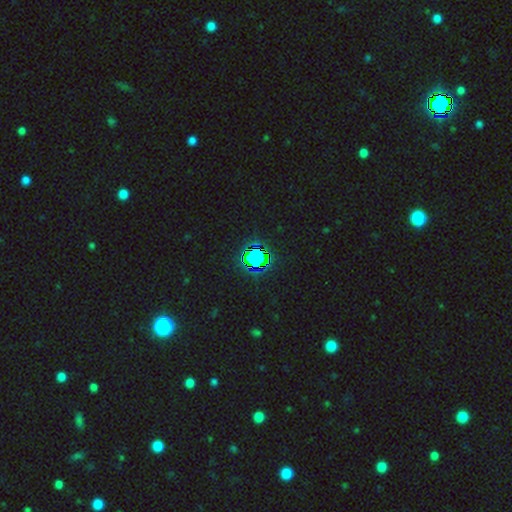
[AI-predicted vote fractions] smooth_or_featured: star or artifact (p=0.74) [alt: smooth p=0.16]